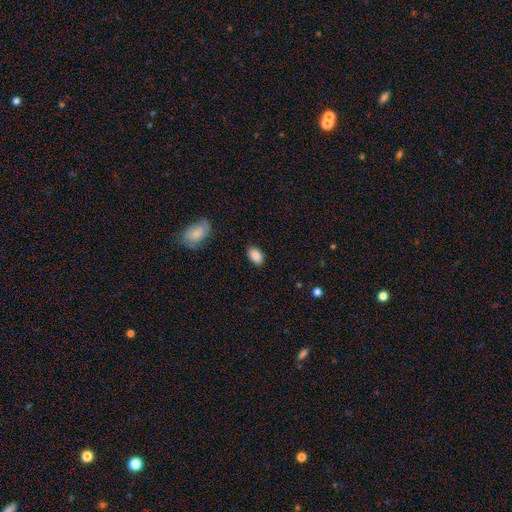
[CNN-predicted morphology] A smooth galaxy with no disk features (88%) that is in between round and cigar-shaped (90%). Merging: none (85%).